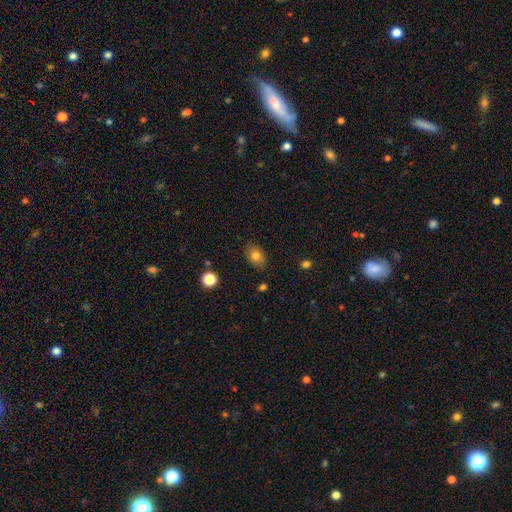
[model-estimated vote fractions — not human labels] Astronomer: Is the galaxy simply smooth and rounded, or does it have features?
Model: smooth — 78%.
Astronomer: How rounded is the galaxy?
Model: in between — 80%.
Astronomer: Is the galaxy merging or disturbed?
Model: none — 83%.